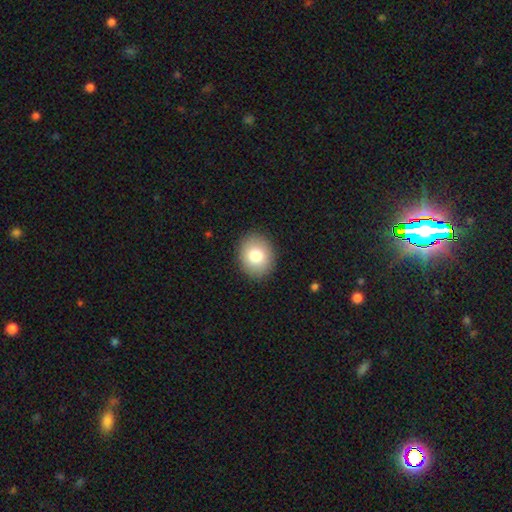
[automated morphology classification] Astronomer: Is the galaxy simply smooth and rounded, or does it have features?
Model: smooth — 82%.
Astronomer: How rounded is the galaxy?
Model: round — 61% (runner-up: in between, 38%).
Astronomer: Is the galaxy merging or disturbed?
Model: none — 90%.